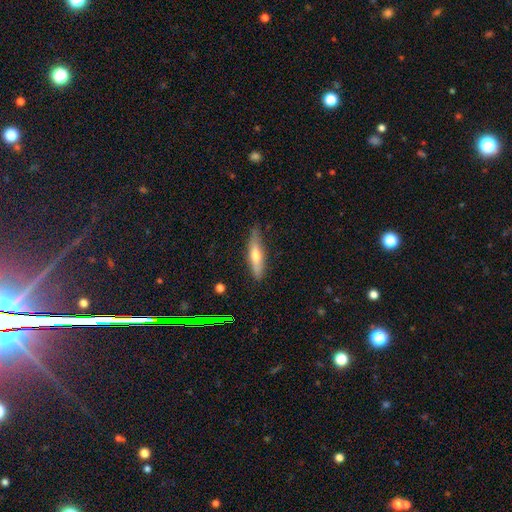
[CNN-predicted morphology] smooth_or_featured: smooth (p=0.53) [alt: featured or disk p=0.41]
how_rounded: cigar-shaped (p=0.79) [alt: in between p=0.19]
merging: none (p=0.80) [alt: minor disturbance p=0.16]